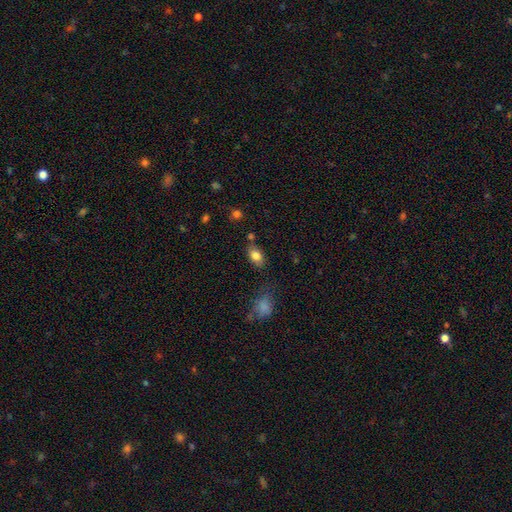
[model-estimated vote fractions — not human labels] Smooth or featured? smooth (82%)
How rounded? in between (88%)
Merging? none (73%)